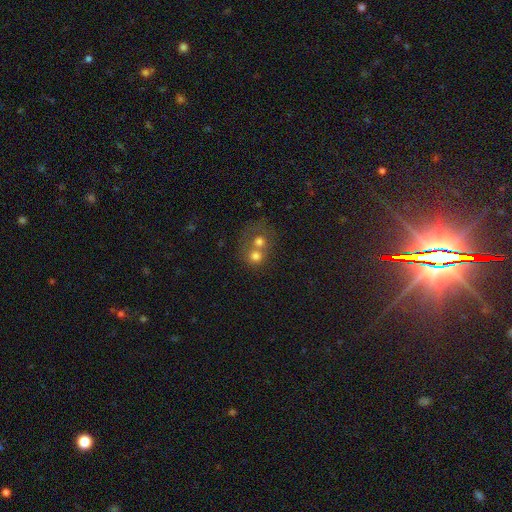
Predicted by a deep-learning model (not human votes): Smooth or featured? smooth (67%)
How rounded? round (79%)
Merging? merger (63%)